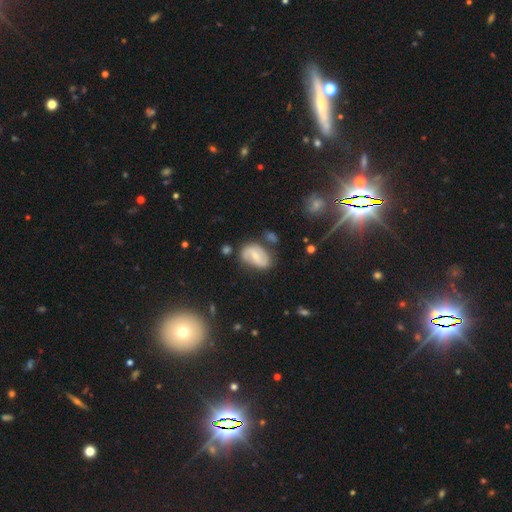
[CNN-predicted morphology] smooth-or-featured: featured or disk: 62% | smooth: 31% | star or artifact: 7%
  disk-edge-on: no: 96% | yes: 4%
    bar: weak: 46% | no: 34% | strong: 20%
    has-spiral-arms: yes: 85% | no: 15%
      spiral-winding: medium: 42% | loose: 35% | tight: 23%
      spiral-arm-count: 2: 81% | can't tell: 11% | 1: 4% | 3: 2% | 4: 1% | more than 4: 1%
    bulge-size: small: 57% | moderate: 35% | none: 5% | large: 2% | dominant: 1%
  merging: none: 63% | minor disturbance: 23% | major disturbance: 8% | merger: 6%